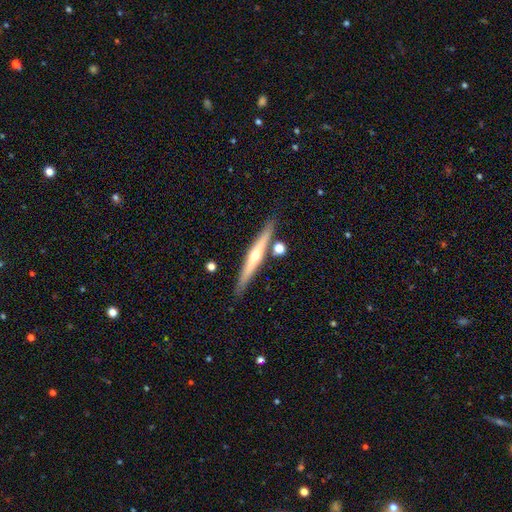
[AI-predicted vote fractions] Smooth or featured: featured or disk — 68% (smooth — 26%)
Edge-on disk: yes — 97% (no — 3%)
Edge-on bulge: rounded — 85% (none — 12%)
Merging: none — 85% (minor disturbance — 8%)